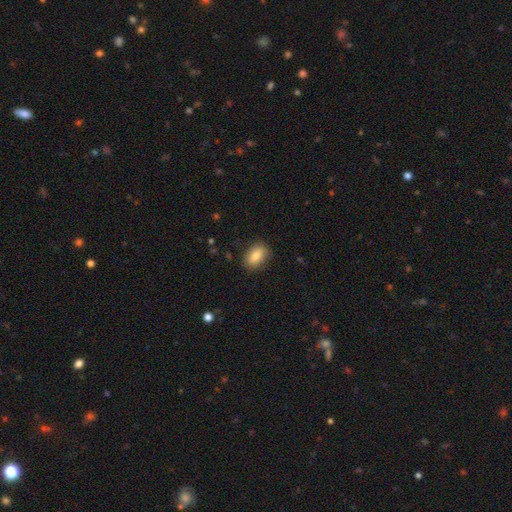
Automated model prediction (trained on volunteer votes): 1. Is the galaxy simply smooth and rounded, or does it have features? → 83% smooth, 9% featured or disk, 8% star or artifact.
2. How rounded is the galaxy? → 86% in between, 12% round, 2% cigar-shaped.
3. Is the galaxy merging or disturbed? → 85% none, 11% minor disturbance, 3% major disturbance, 1% merger.